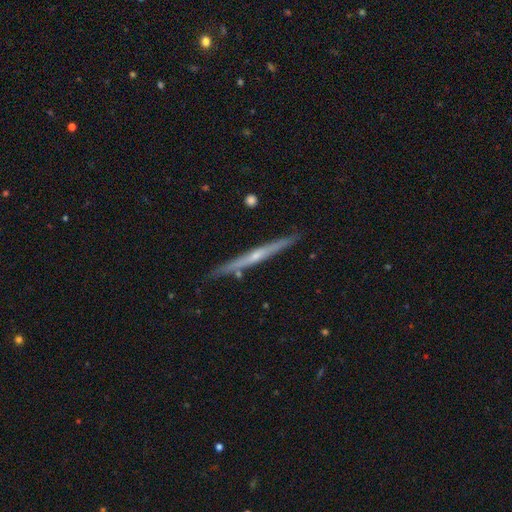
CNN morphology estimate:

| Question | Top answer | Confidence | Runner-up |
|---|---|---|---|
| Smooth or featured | featured or disk | 70% | smooth (24%) |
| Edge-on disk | yes | 97% | no (3%) |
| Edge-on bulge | rounded | 52% | none (44%) |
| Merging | none | 86% | minor disturbance (10%) |